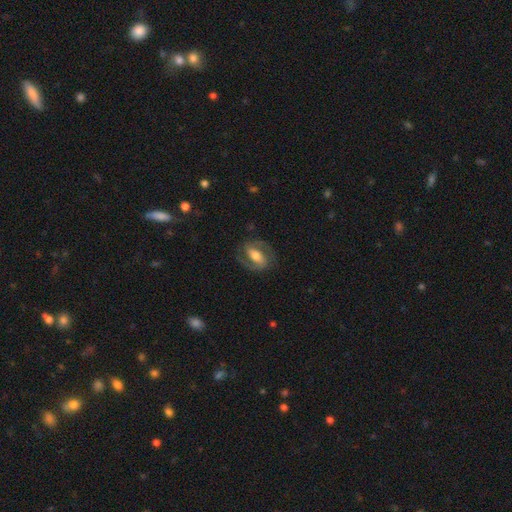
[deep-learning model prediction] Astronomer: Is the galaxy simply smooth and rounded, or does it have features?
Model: featured or disk — 81%.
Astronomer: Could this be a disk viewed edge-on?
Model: no — 96%.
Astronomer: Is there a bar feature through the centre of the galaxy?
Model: strong — 47% (runner-up: weak, 34%).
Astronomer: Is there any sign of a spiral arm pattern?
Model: yes — 93%.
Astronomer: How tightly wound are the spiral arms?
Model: medium — 55%.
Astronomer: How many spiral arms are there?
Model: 2 — 91%.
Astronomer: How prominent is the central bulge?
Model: moderate — 64%.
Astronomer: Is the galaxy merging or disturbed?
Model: none — 80%.